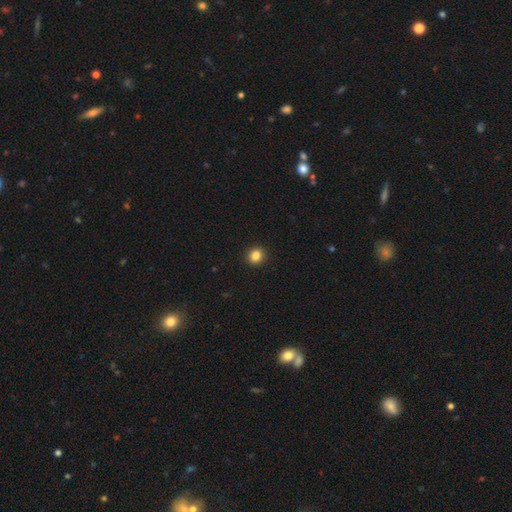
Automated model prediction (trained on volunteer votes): This is clearly a smooth galaxy (85%). How rounded: clearly round (80%). Merging: clearly none (92%).